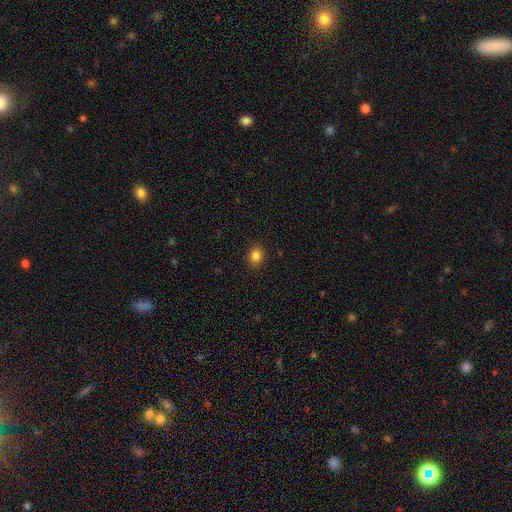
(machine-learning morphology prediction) This is clearly a smooth galaxy (84%). How rounded: possibly round (54%). Merging: clearly none (90%).